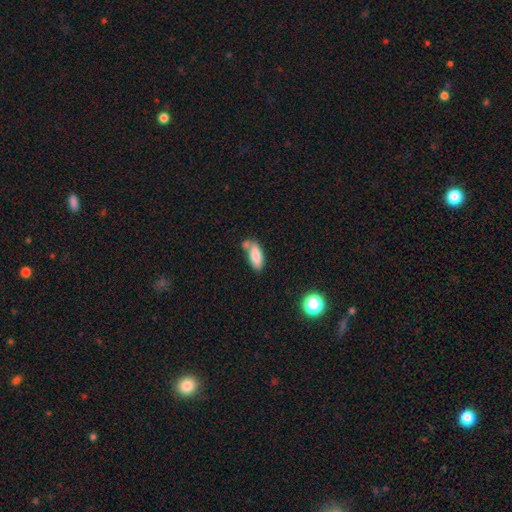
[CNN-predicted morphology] Overall: smooth (81%). How rounded: in between (81%). Merging: none (49%; merger 24%).